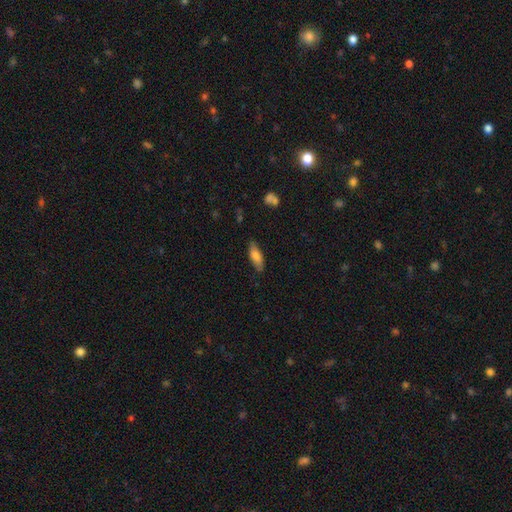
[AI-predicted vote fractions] Morphology: type=smooth (76%); roundness=in between (63%); merging=none (79%).